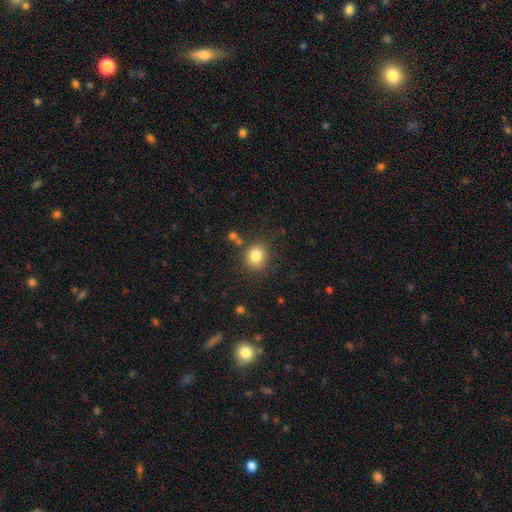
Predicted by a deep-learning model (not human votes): Smooth or featured: smooth — 82% (star or artifact — 11%)
How rounded: round — 84% (in between — 15%)
Merging: none — 81% (minor disturbance — 11%)